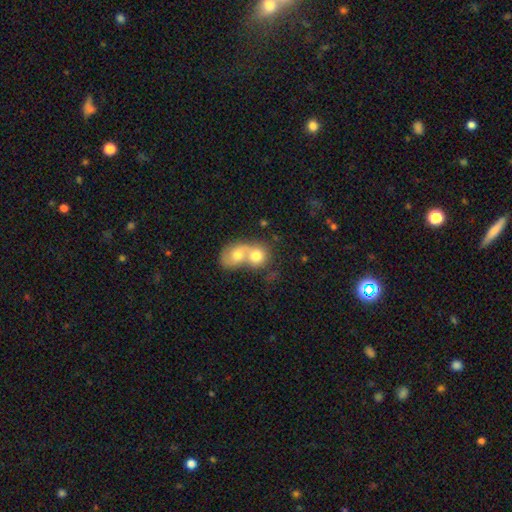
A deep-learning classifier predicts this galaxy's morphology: Smooth or featured? smooth (67%)
How rounded? round (67%)
Merging? merger (75%)